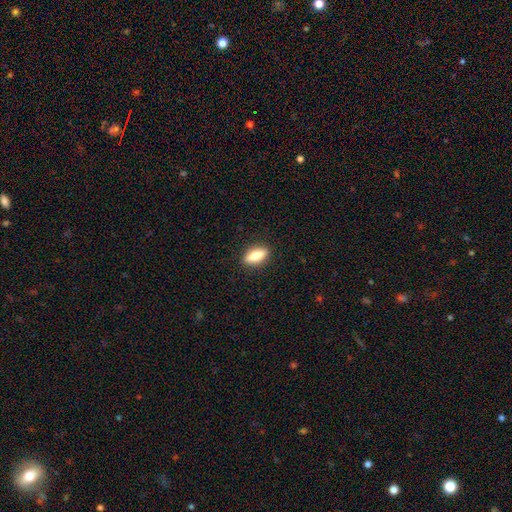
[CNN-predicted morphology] Smooth or featured: smooth — 71% (featured or disk — 23%)
How rounded: in between — 66% (cigar-shaped — 30%)
Merging: none — 88% (minor disturbance — 8%)